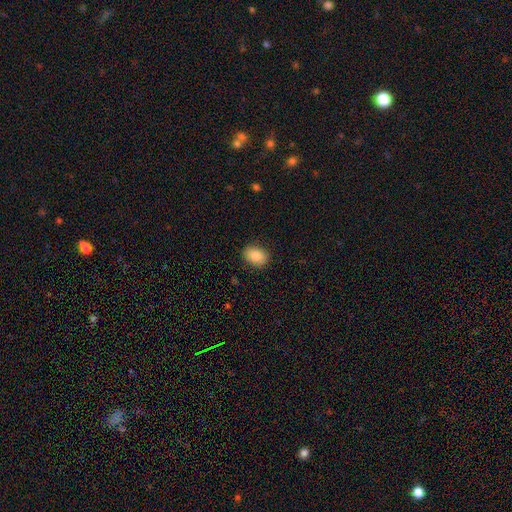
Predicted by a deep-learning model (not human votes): Smooth or featured? smooth (85%)
How rounded? in between (73%)
Merging? none (87%)